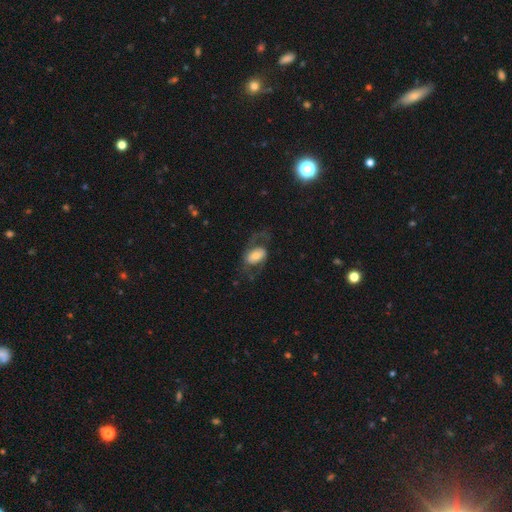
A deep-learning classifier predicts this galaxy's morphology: A featured or disk galaxy (55%) with no bar (43%), spiral arms (77%) and a moderate central bulge (39%).

Vote fractions:
- Smooth or featured? featured or disk: 55% / smooth: 37% / star or artifact: 7%
- Edge-on disk? no: 94% / yes: 6%
- Bar? no: 43% / weak: 33% / strong: 24%
- Spiral arms? yes: 77% / no: 23%
- Bulge size? moderate: 39% / small: 29% / large: 21% / dominant: 7% / none: 4%
- Merging? none: 55% / major disturbance: 27% / minor disturbance: 17% / merger: 2%